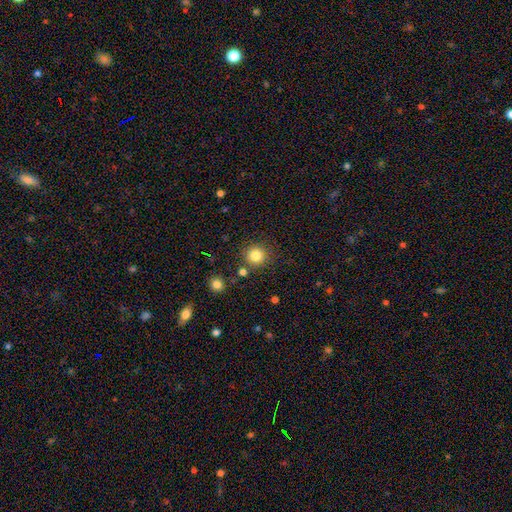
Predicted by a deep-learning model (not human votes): A smooth galaxy with no disk features (83%) that is round (93%).

Vote fractions:
- Smooth or featured? smooth: 83% / star or artifact: 12% / featured or disk: 5%
- How rounded? round: 93% / in between: 6% / cigar-shaped: 1%
- Merging? none: 85% / minor disturbance: 7% / merger: 5% / major disturbance: 3%